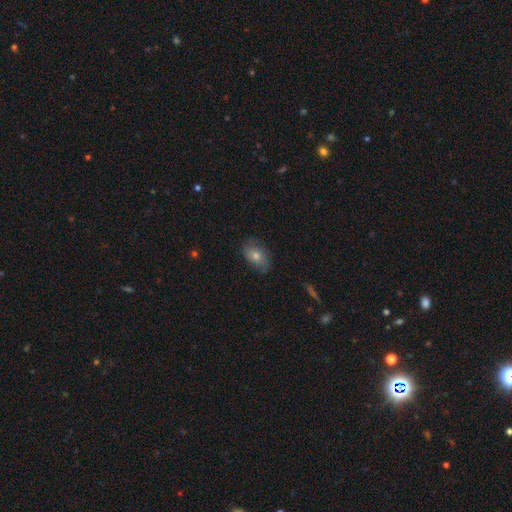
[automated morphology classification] This is possibly a smooth galaxy (58%). How rounded: clearly in between (84%). Merging: likely none (77%).